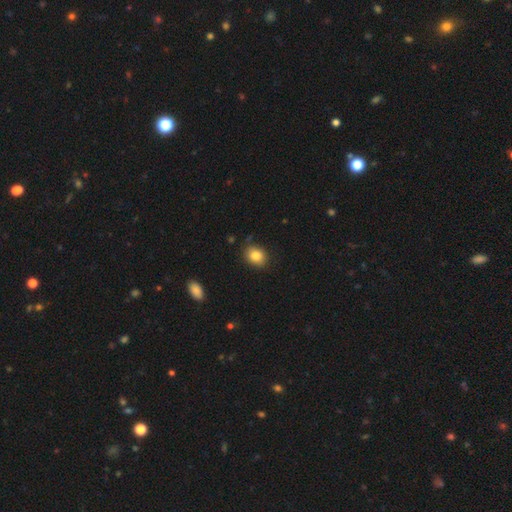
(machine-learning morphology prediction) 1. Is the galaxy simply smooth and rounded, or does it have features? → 84% smooth, 9% star or artifact, 7% featured or disk.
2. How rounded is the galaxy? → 50% round, 49% in between, 1% cigar-shaped.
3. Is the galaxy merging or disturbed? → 82% none, 14% minor disturbance, 3% major disturbance, 2% merger.